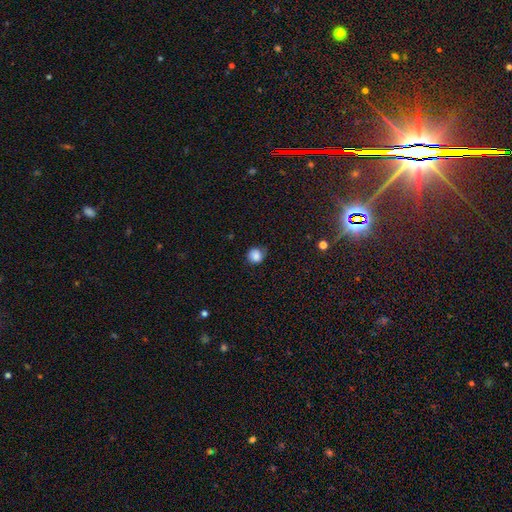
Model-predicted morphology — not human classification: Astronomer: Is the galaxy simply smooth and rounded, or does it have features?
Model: smooth — 81%.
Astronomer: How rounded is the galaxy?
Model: round — 84%.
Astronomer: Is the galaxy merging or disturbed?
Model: none — 67%.